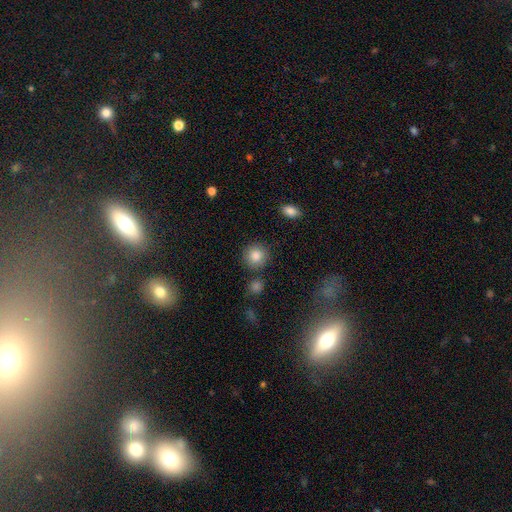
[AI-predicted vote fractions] Smooth or featured? Predicted: smooth (p=0.86). How rounded? Predicted: round (p=0.90). Merging? Predicted: none (p=0.84).